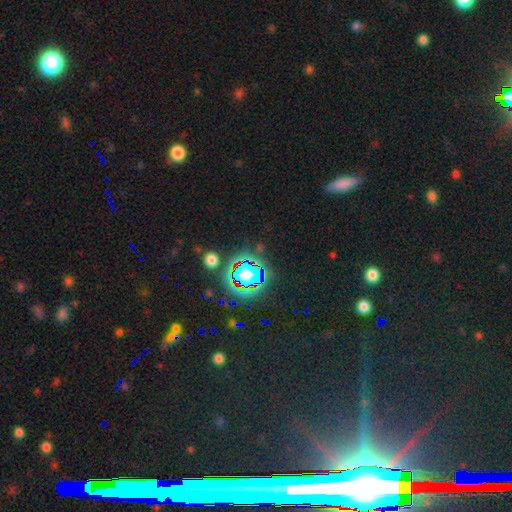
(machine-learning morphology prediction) Smooth or featured: star or artifact — 76% (smooth — 14%)